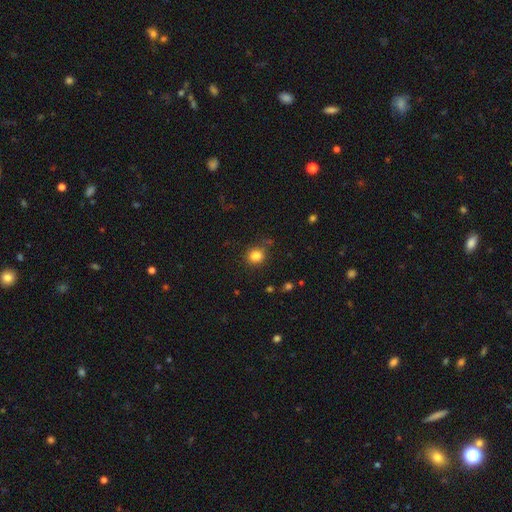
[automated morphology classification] Smooth or featured?
  - smooth: 84% *
  - star or artifact: 12%
  - featured or disk: 5%
How rounded?
  - round: 78% *
  - in between: 21%
  - cigar-shaped: 1%
Merging?
  - none: 79% *
  - minor disturbance: 14%
  - major disturbance: 4%
  - merger: 3%